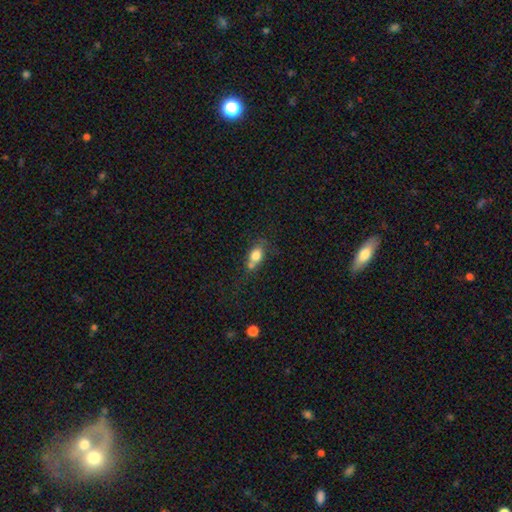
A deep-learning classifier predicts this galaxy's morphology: This is likely a smooth galaxy (76%). How rounded: likely in between (67%). Merging: marginally none (38%).